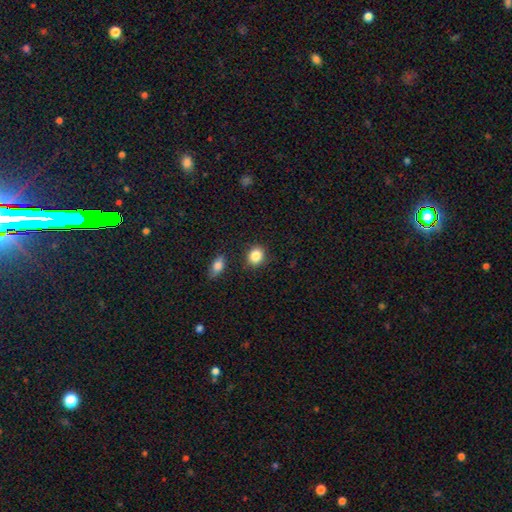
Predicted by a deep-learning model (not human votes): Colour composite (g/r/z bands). It shows a smooth galaxy with no disk features (86%) that is round (67%). Merging: none (84%).